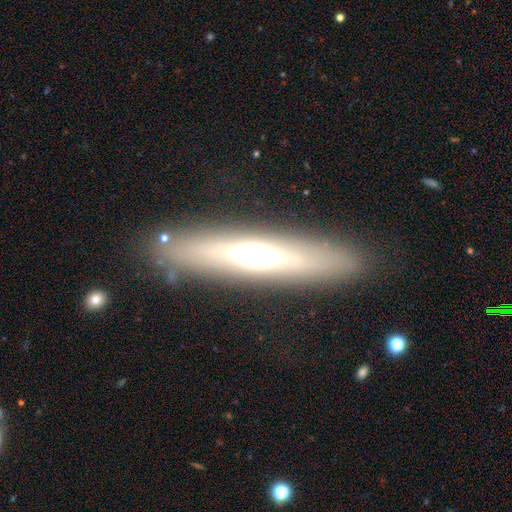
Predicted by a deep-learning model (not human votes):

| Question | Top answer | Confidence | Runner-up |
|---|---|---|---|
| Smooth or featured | featured or disk | 52% | smooth (40%) |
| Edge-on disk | yes | 82% | no (18%) |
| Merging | none | 85% | minor disturbance (10%) |